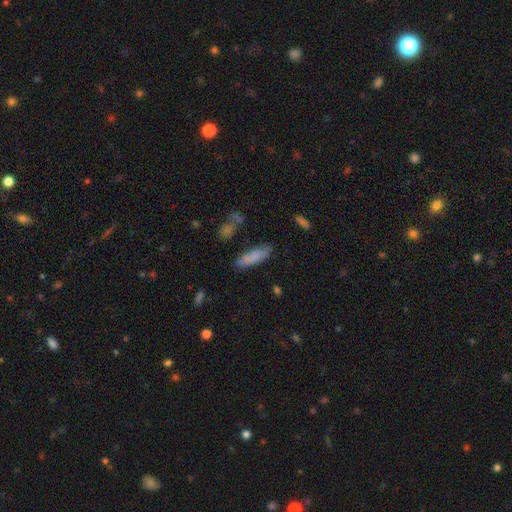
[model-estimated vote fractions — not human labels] Smooth or featured: smooth — 81% (featured or disk — 12%)
How rounded: in between — 52% (cigar-shaped — 46%)
Merging: none — 74% (minor disturbance — 17%)